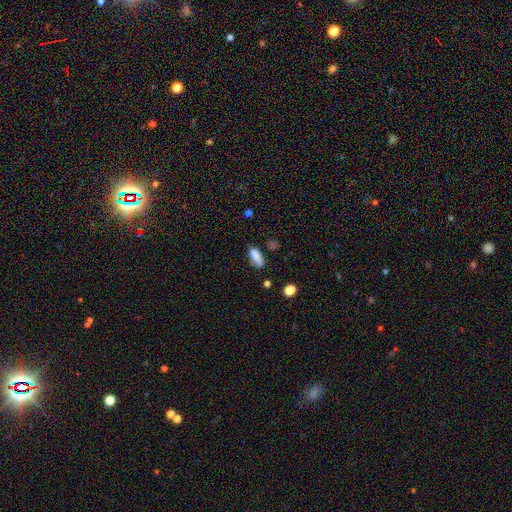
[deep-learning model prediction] Smooth or featured?
  - smooth: 85% *
  - star or artifact: 9%
  - featured or disk: 6%
How rounded?
  - in between: 74% *
  - cigar-shaped: 23%
  - round: 3%
Merging?
  - none: 67% *
  - minor disturbance: 23%
  - major disturbance: 6%
  - merger: 5%